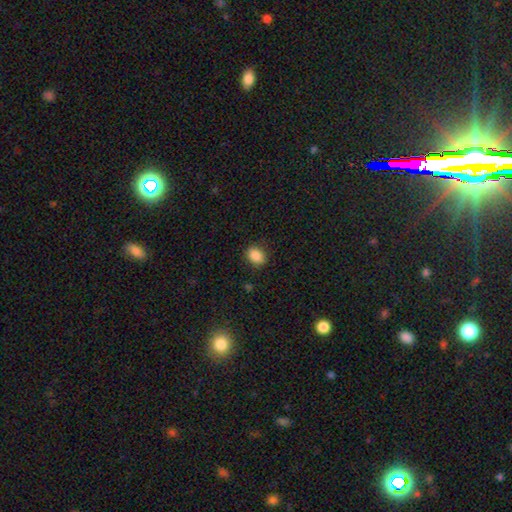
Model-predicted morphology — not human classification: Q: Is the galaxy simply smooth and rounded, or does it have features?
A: smooth — 88%.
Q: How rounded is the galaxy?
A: in between — 64%.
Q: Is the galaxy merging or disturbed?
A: none — 86%.